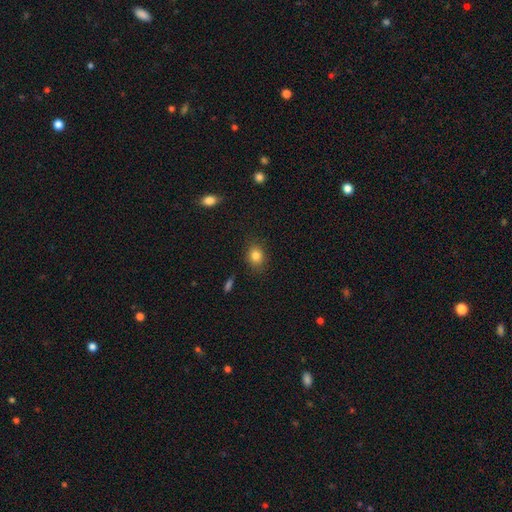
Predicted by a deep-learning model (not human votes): A smooth galaxy with no disk features (83%) that is round (53%).

Vote fractions:
- Smooth or featured? smooth: 83% / star or artifact: 10% / featured or disk: 7%
- How rounded? round: 53% / in between: 46% / cigar-shaped: 1%
- Merging? none: 85% / minor disturbance: 11% / major disturbance: 3% / merger: 1%